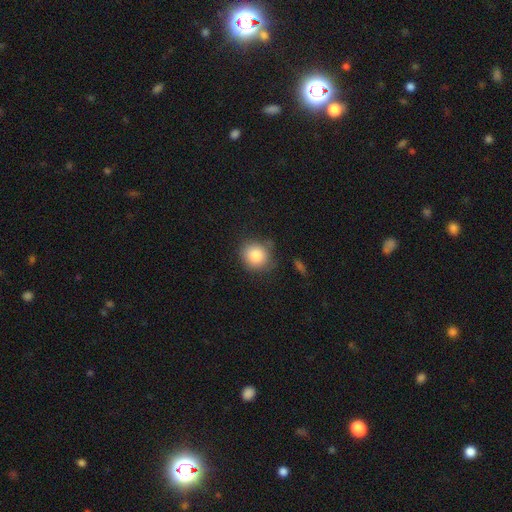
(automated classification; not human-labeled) Overall: smooth (84%). How rounded: round (82%). Merging: none (79%).